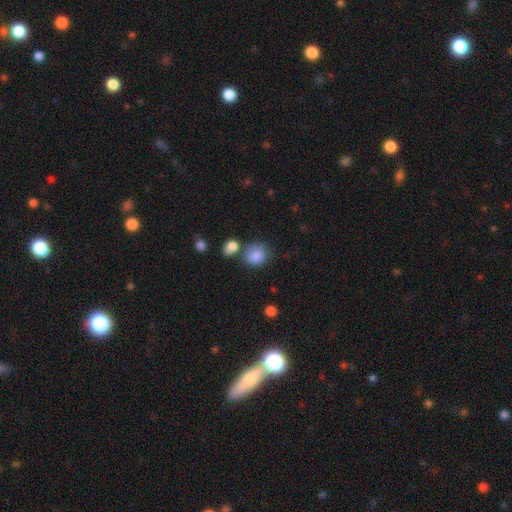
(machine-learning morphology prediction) smooth_or_featured: smooth (p=0.85) [alt: star or artifact p=0.09]
how_rounded: round (p=0.63) [alt: in between p=0.36]
merging: none (p=0.59) [alt: minor disturbance p=0.19]